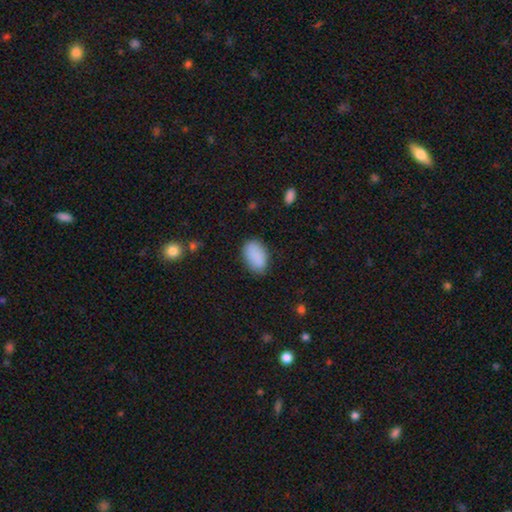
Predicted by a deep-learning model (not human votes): This appears to be a smooth galaxy with no disk features (88%) that is in between round and cigar-shaped (92%). Merging: none (74%).